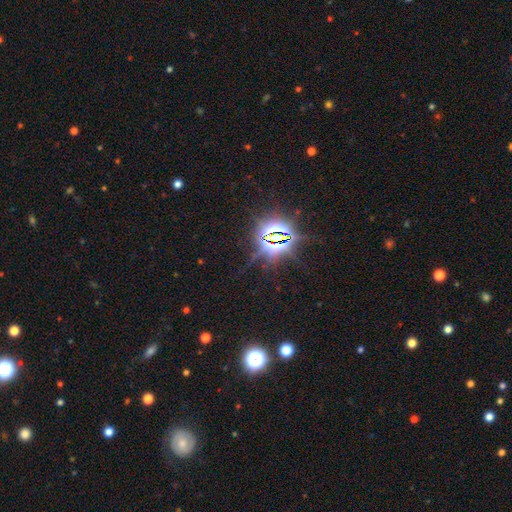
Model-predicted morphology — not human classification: Smooth or featured? star or artifact (84%)